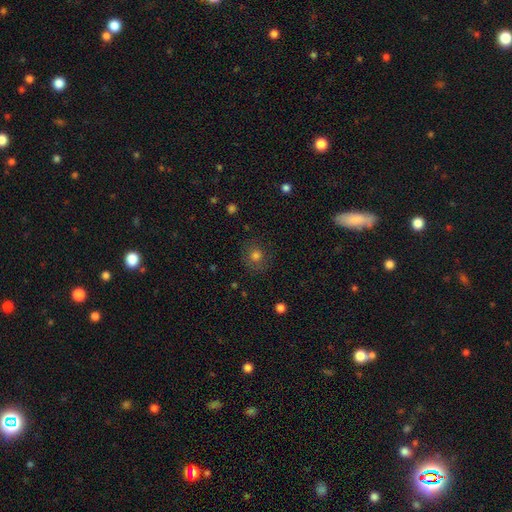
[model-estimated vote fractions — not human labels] smooth_or_featured: smooth (p=0.77) [alt: star or artifact p=0.15]
how_rounded: round (p=0.84) [alt: in between p=0.15]
merging: none (p=0.81) [alt: minor disturbance p=0.13]